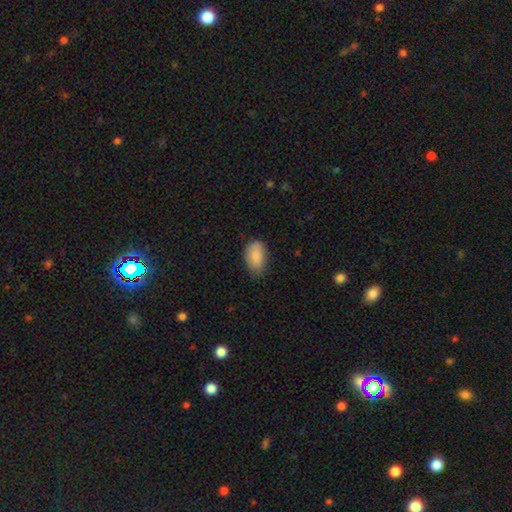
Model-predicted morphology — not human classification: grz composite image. It shows a smooth galaxy with no disk features (86%) that is in between round and cigar-shaped (91%). Merging: none (67%).